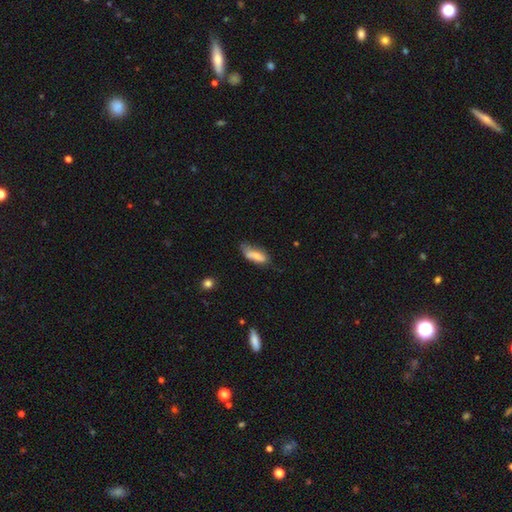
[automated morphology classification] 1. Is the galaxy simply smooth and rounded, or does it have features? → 74% smooth, 19% featured or disk, 8% star or artifact.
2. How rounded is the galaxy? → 70% in between, 28% cigar-shaped, 2% round.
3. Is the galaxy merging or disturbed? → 42% none, 36% minor disturbance, 16% major disturbance, 7% merger.